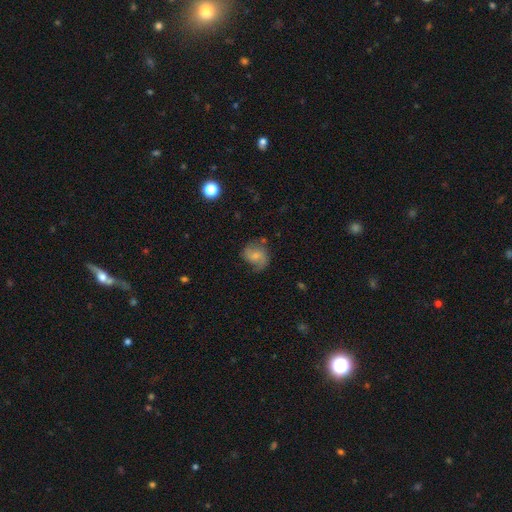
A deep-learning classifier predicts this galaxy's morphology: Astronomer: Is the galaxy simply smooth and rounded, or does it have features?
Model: featured or disk — 59%.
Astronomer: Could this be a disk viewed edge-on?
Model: no — 97%.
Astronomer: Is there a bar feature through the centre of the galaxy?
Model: no — 58% (runner-up: weak, 35%).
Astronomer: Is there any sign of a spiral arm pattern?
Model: yes — 90%.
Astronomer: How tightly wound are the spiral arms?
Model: medium — 44% (runner-up: loose, 38%).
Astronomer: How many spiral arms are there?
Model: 2 — 75%.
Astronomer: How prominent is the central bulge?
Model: small — 54% (runner-up: moderate, 33%).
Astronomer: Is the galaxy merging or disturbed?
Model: none — 61%.